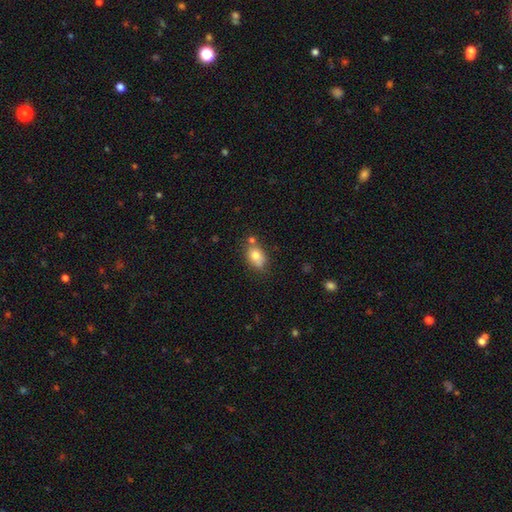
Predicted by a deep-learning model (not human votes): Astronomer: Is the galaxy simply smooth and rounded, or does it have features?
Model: smooth — 76%.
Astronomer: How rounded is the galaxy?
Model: in between — 75%.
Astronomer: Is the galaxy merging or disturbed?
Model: none — 58%.